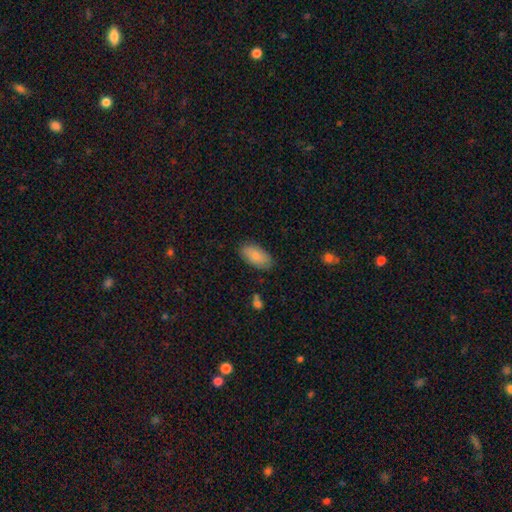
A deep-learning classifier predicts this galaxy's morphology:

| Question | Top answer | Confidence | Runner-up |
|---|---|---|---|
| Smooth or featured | smooth | 83% | featured or disk (10%) |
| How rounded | in between | 94% | cigar-shaped (4%) |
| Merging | none | 85% | minor disturbance (11%) |